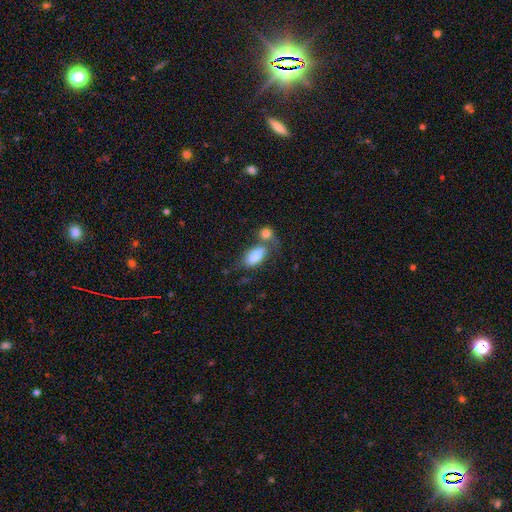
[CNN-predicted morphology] smooth-or-featured: smooth: 81% | featured or disk: 12% | star or artifact: 7%
  how-rounded: in between: 89% | cigar-shaped: 6% | round: 5%
  merging: merger: 41% | none: 39% | minor disturbance: 14% | major disturbance: 7%